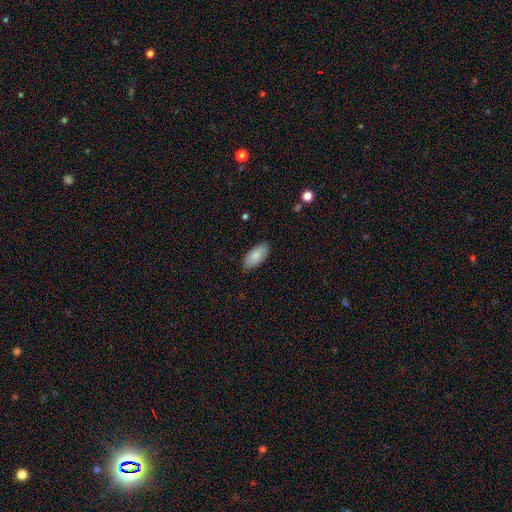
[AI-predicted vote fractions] Smooth or featured?
  - smooth: 85% *
  - featured or disk: 9%
  - star or artifact: 6%
How rounded?
  - in between: 91% *
  - cigar-shaped: 7%
  - round: 2%
Merging?
  - none: 86% *
  - minor disturbance: 11%
  - major disturbance: 2%
  - merger: 1%